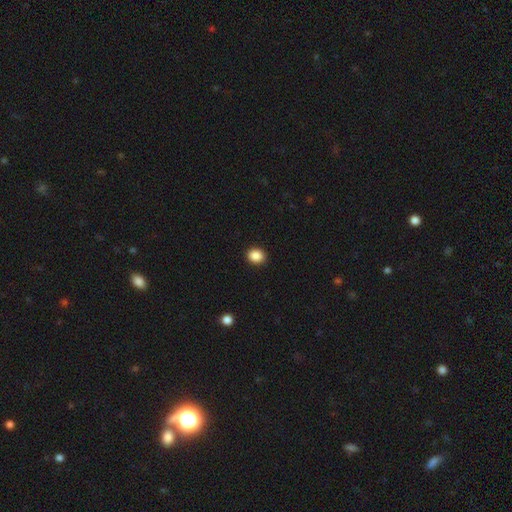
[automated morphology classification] Smooth or featured?
  - smooth: 88% *
  - star or artifact: 9%
  - featured or disk: 3%
How rounded?
  - round: 62% *
  - in between: 37%
  - cigar-shaped: 1%
Merging?
  - none: 92% *
  - minor disturbance: 6%
  - major disturbance: 2%
  - merger: 1%